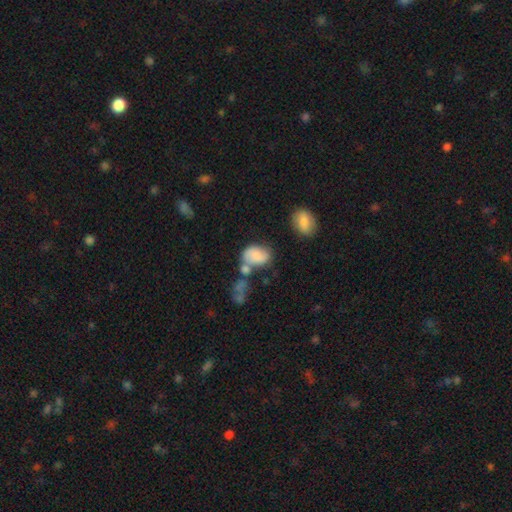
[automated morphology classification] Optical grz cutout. It shows a smooth galaxy with no disk features (71%) that is in between round and cigar-shaped (81%). Merging: none (35%).